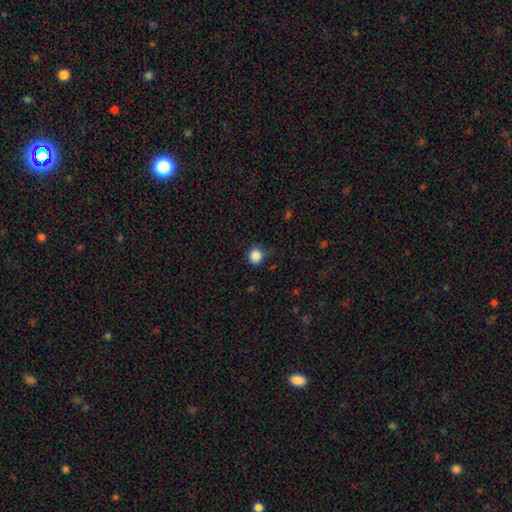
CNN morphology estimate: type=smooth (86%); roundness=round (88%); merging=none (77%).